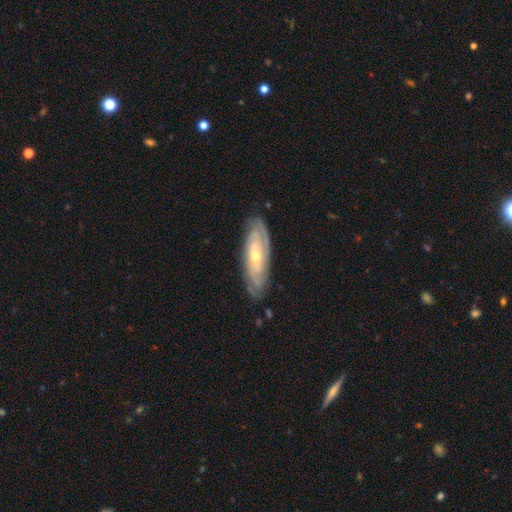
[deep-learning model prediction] Smooth or featured?
  - featured or disk: 79% *
  - smooth: 16%
  - star or artifact: 5%
Edge-on disk?
  - no: 84% *
  - yes: 16%
Bar?
  - no: 65% *
  - weak: 25%
  - strong: 9%
Spiral arms?
  - yes: 90% *
  - no: 10%
Spiral winding?
  - tight: 73% *
  - medium: 22%
  - loose: 6%
Spiral arm count?
  - can't tell: 46% *
  - 2: 30%
  - 3: 11%
  - 4: 6%
  - 1: 4%
  - more than 4: 3%
Bulge size?
  - small: 56% *
  - moderate: 41%
  - large: 2%
  - none: 1%
  - dominant: 1%
Merging?
  - none: 80% *
  - minor disturbance: 15%
  - major disturbance: 4%
  - merger: 1%